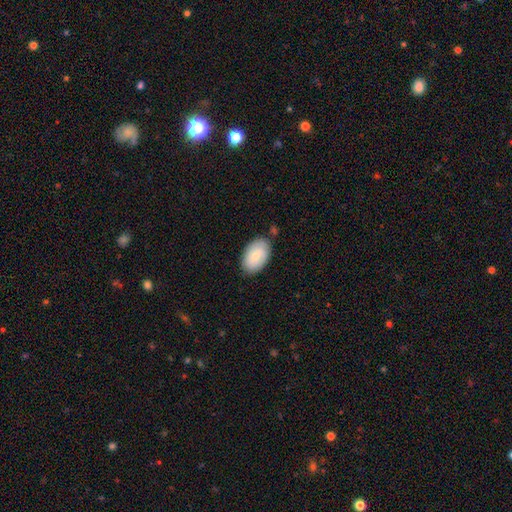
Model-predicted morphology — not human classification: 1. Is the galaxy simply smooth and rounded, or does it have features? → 72% smooth, 22% featured or disk, 6% star or artifact.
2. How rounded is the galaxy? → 92% in between, 6% round, 1% cigar-shaped.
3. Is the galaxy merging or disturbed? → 80% none, 14% minor disturbance, 3% major disturbance, 3% merger.